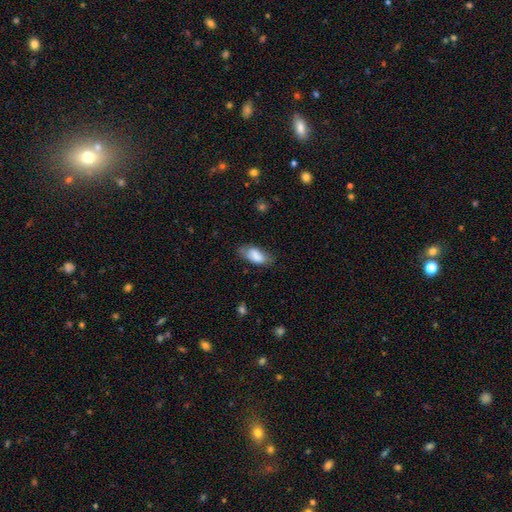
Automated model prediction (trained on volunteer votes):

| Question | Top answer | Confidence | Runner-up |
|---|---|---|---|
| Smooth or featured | smooth | 80% | featured or disk (13%) |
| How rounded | in between | 87% | cigar-shaped (10%) |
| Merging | none | 65% | minor disturbance (26%) |